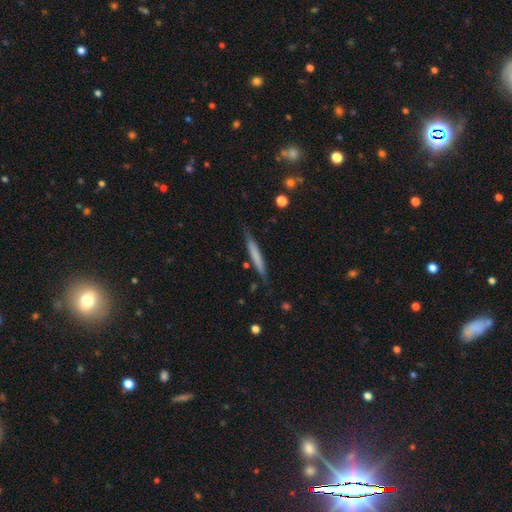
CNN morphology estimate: A smooth galaxy with no disk features (65%) that is cigar-shaped (95%). Merging: none (82%).